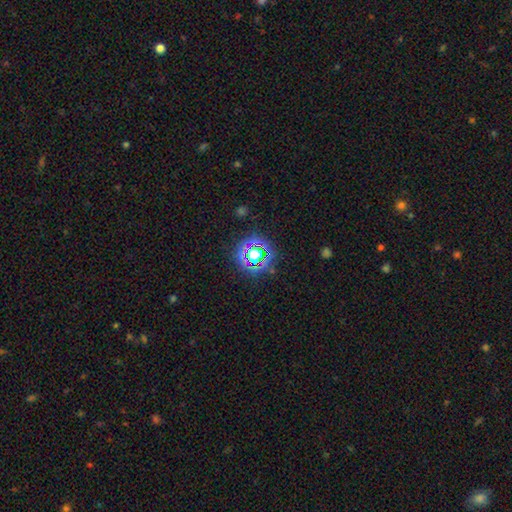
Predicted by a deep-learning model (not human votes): smooth_or_featured: star or artifact (p=0.61) [alt: smooth p=0.27]